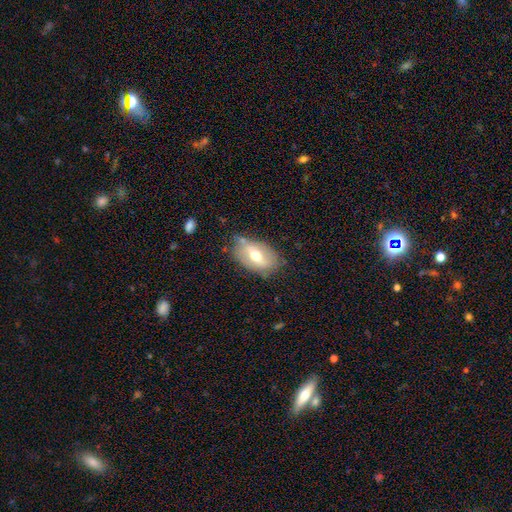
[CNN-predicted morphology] Q: Smooth or featured?
A: smooth (49%); runner-up: featured or disk (44%)
Q: Merging?
A: none (68%); runner-up: minor disturbance (22%)